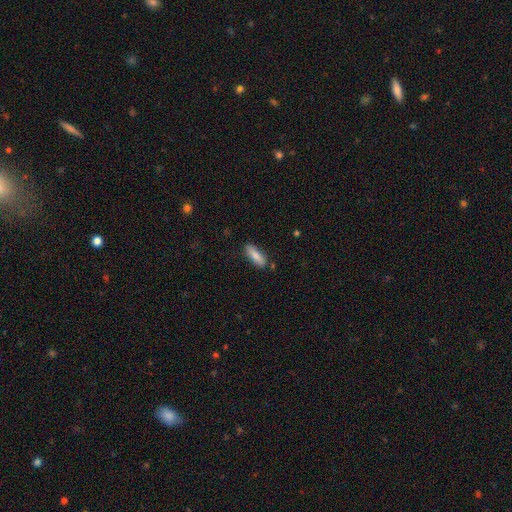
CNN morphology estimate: A smooth galaxy with no disk features (83%) that is in between round and cigar-shaped (50%).

Vote fractions:
- Smooth or featured? smooth: 83% / featured or disk: 11% / star or artifact: 6%
- How rounded? in between: 50% / cigar-shaped: 48% / round: 2%
- Merging? none: 83% / minor disturbance: 12% / merger: 3% / major disturbance: 2%